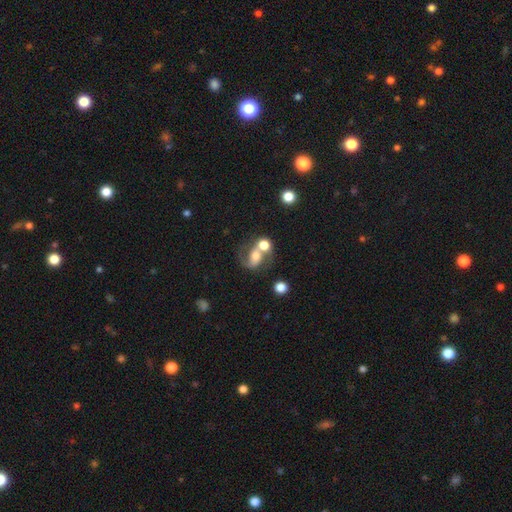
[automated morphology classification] featured or disk 55%, smooth 34%, star or artifact 11%. Down the decision tree: edge-on disk — no (97%); bar — no (53%); spiral arms — yes (77%); bulge size — moderate (48%); merging — merger (48%).